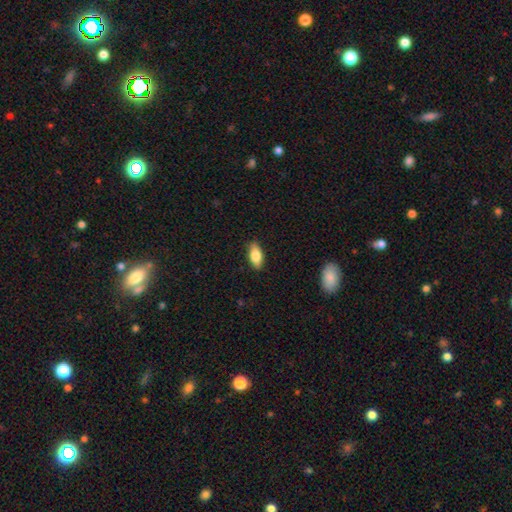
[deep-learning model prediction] A smooth galaxy with no disk features (78%) that is in between round and cigar-shaped (84%). Merging: none (86%).